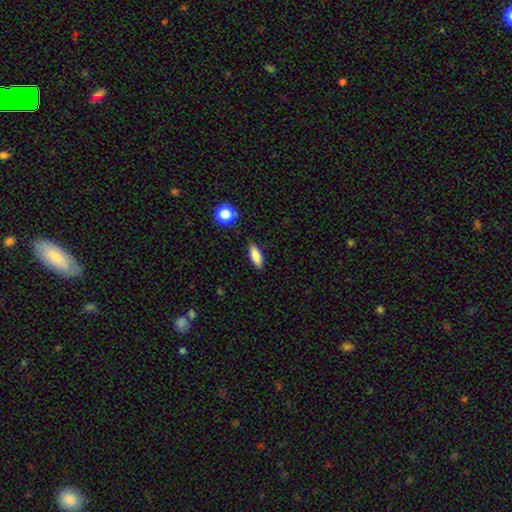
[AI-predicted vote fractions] Smooth or featured? Predicted: smooth (p=0.81). How rounded? Predicted: in between (p=0.63). Merging? Predicted: none (p=0.84).